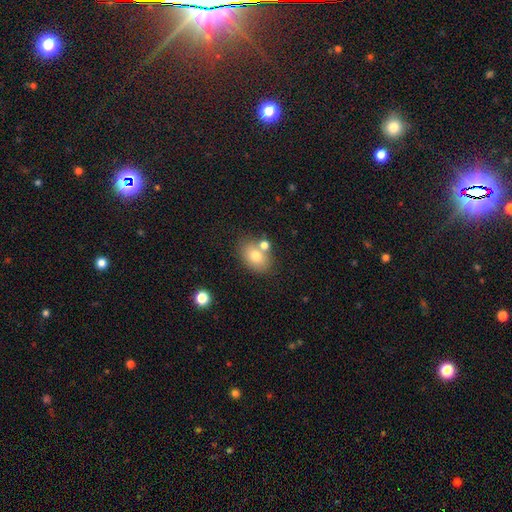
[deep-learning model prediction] Smooth or featured?
  - smooth: 75% *
  - featured or disk: 15%
  - star or artifact: 10%
How rounded?
  - in between: 74% *
  - round: 24%
  - cigar-shaped: 1%
Merging?
  - none: 65% *
  - merger: 19%
  - minor disturbance: 13%
  - major disturbance: 4%